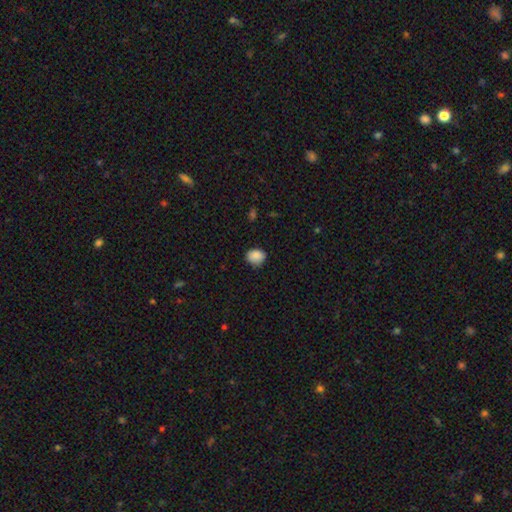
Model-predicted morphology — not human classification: smooth-or-featured: smooth: 88% | star or artifact: 8% | featured or disk: 4%
  how-rounded: round: 53% | in between: 46% | cigar-shaped: 1%
  merging: none: 76% | minor disturbance: 19% | major disturbance: 3% | merger: 1%